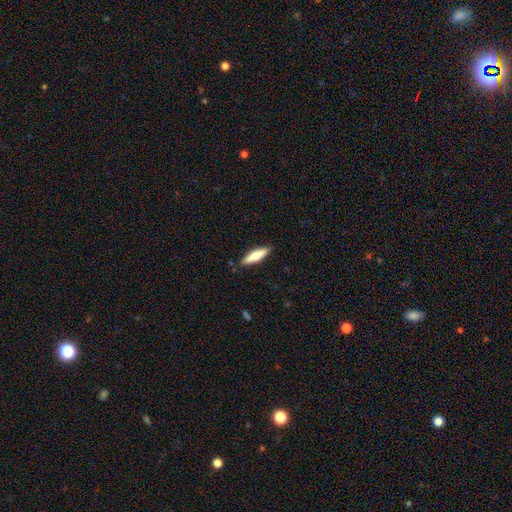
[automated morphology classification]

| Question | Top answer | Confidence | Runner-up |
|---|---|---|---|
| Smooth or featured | smooth | 64% | featured or disk (30%) |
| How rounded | cigar-shaped | 69% | in between (29%) |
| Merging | none | 88% | minor disturbance (9%) |